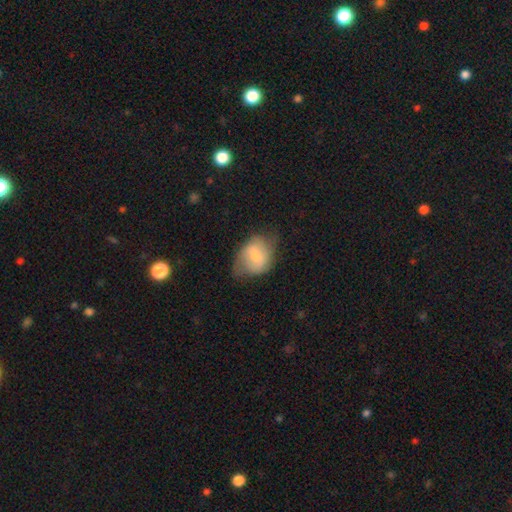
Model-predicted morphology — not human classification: The model was most divided on "merging": none: 49%, minor disturbance: 34%, major disturbance: 15%, merger: 2%. More confident: how rounded — in between (60%); smooth or featured — smooth (57%).